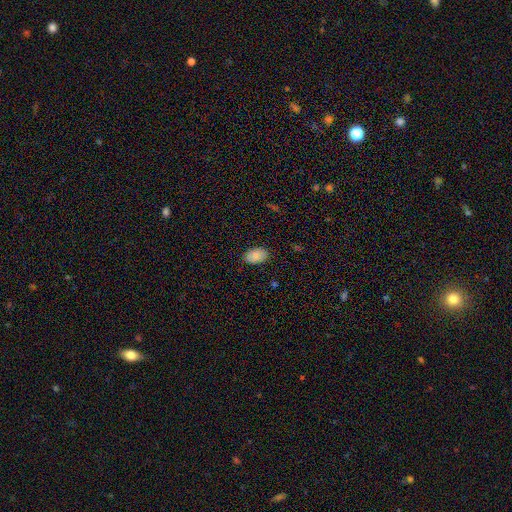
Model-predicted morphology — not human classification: The model was most divided on "merging": none: 86%, minor disturbance: 11%, major disturbance: 2%, merger: 1%. More confident: how rounded — in between (91%); smooth or featured — smooth (84%).